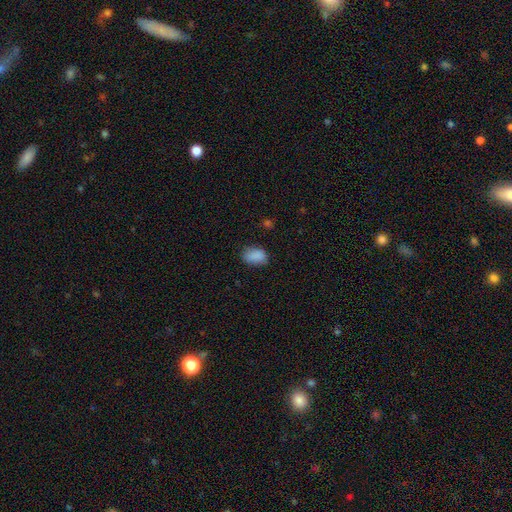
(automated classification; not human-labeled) This appears to be a smooth galaxy with no disk features (88%) that is in between round and cigar-shaped (85%). Merging: none (76%).